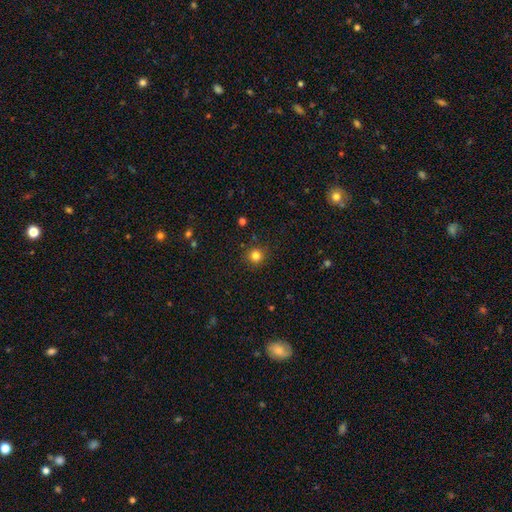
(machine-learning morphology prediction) This appears to be a smooth galaxy with no disk features (82%) that is round (93%). Merging: none (90%).